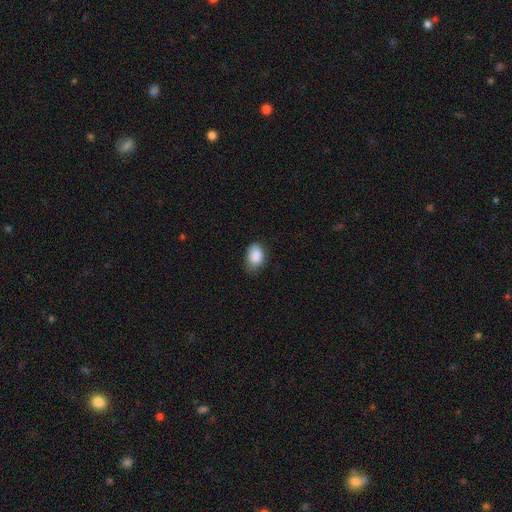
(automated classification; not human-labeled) Smooth or featured? Predicted: smooth (p=0.88). How rounded? Predicted: in between (p=0.80). Merging? Predicted: none (p=0.65).